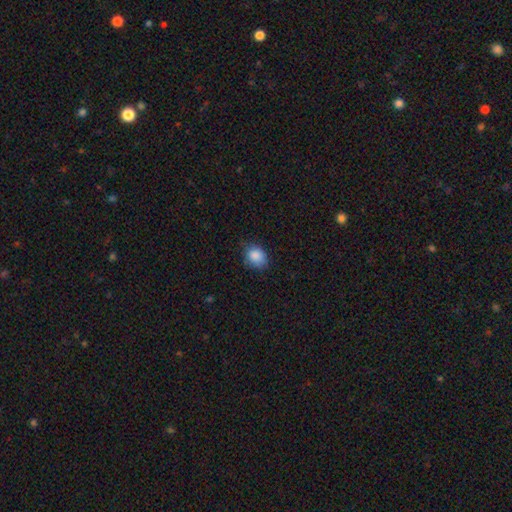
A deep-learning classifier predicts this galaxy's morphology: Smooth or featured?
  - smooth: 87% *
  - star or artifact: 8%
  - featured or disk: 5%
How rounded?
  - in between: 60% *
  - round: 39%
  - cigar-shaped: 1%
Merging?
  - none: 73% *
  - minor disturbance: 22%
  - major disturbance: 4%
  - merger: 1%